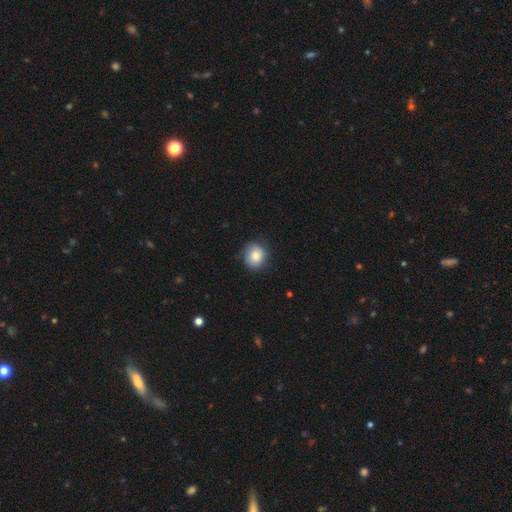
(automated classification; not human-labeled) smooth_or_featured: smooth (p=0.81) [alt: featured or disk p=0.11]
how_rounded: round (p=0.78) [alt: in between p=0.21]
merging: none (p=0.76) [alt: minor disturbance p=0.19]